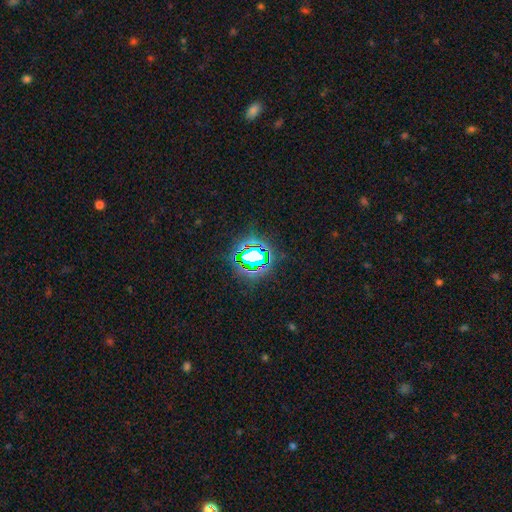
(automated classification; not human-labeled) Smooth or featured?
  - star or artifact: 69% *
  - smooth: 20%
  - featured or disk: 11%